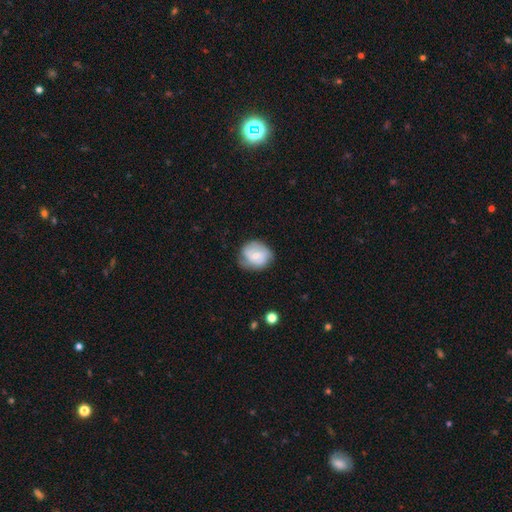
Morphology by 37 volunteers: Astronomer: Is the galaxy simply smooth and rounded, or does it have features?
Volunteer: featured or disk — 51% (runner-up: smooth, 43%).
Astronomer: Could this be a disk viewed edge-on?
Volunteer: no — 100%.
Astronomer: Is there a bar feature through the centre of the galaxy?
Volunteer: no — 53% (runner-up: weak, 42%).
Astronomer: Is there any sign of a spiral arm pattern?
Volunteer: yes — 53% (runner-up: no, 47%).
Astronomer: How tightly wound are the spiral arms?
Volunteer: tight — 60%.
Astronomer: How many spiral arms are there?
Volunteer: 2 — 40%, tied with can't tell at 40%.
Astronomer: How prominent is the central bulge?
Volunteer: small — 53% (runner-up: moderate, 42%).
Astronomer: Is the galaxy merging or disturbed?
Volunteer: none — 63%.